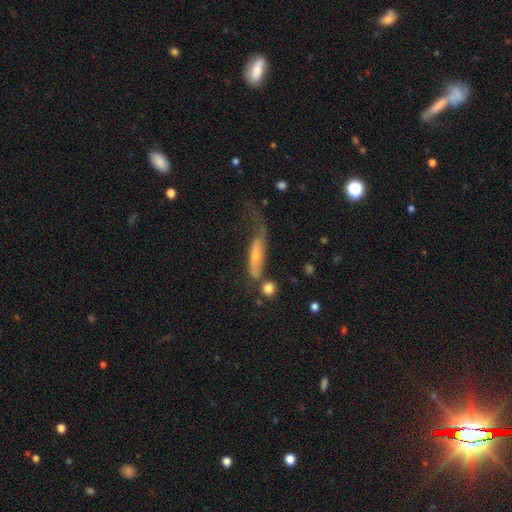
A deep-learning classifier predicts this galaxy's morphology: smooth_or_featured: featured or disk (p=0.51) [alt: smooth p=0.41]
disk_edge_on: no (p=0.56) [alt: yes p=0.44]
merging: major disturbance (p=0.37) [alt: none p=0.27]